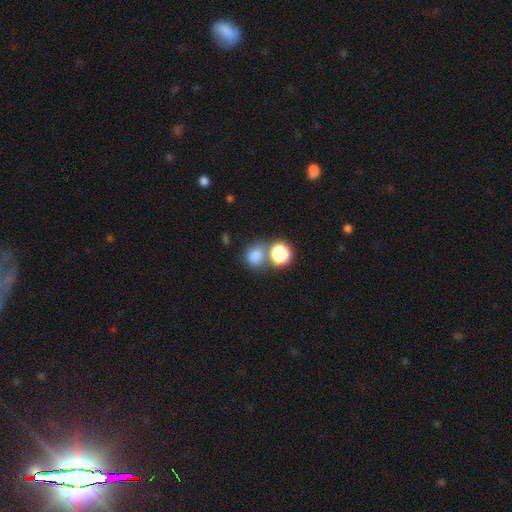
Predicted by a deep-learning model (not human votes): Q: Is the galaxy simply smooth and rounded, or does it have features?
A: smooth — 78%.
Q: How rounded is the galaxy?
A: round — 77%.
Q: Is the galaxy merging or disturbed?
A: none — 57%.